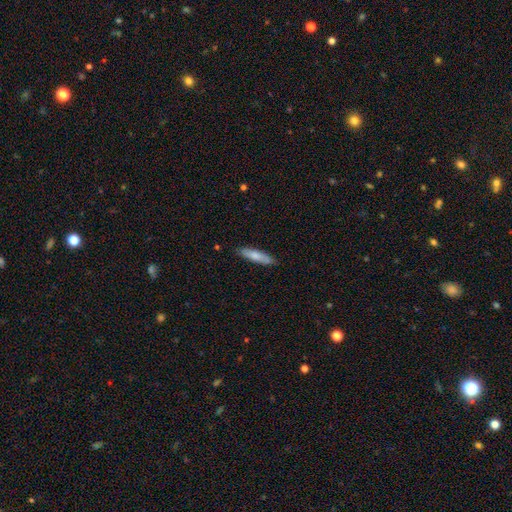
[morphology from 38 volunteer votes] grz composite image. It shows a smooth galaxy with no disk features (82%) that is cigar-shaped (81%). Merging: none (89%).